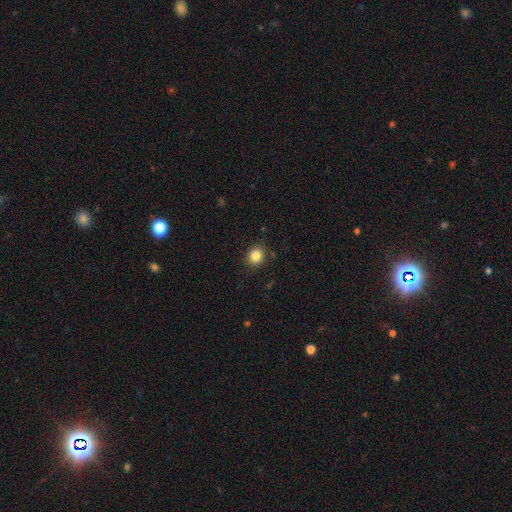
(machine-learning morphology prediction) Q: Smooth or featured?
A: smooth (84%); runner-up: star or artifact (11%)
Q: How rounded?
A: round (71%); runner-up: in between (29%)
Q: Merging?
A: none (85%); runner-up: minor disturbance (10%)